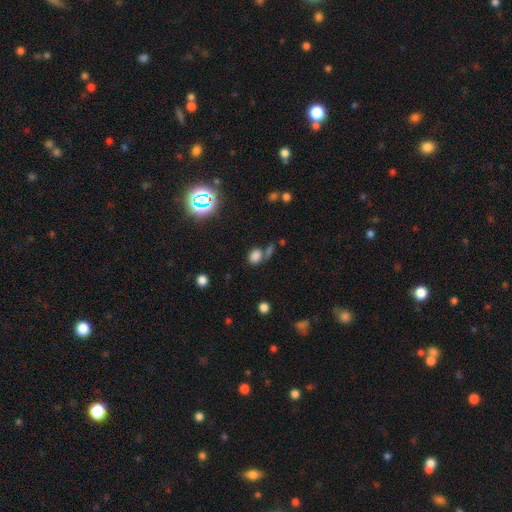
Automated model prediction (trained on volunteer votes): Q: Smooth or featured?
A: smooth (73%); runner-up: star or artifact (20%)
Q: How rounded?
A: in between (59%); runner-up: round (39%)
Q: Merging?
A: none (54%); runner-up: merger (24%)